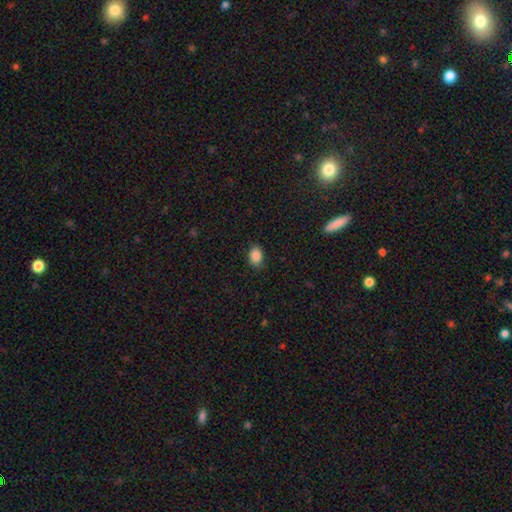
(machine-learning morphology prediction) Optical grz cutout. It shows a smooth galaxy with no disk features (87%) that is in between round and cigar-shaped (76%). Merging: none (86%).